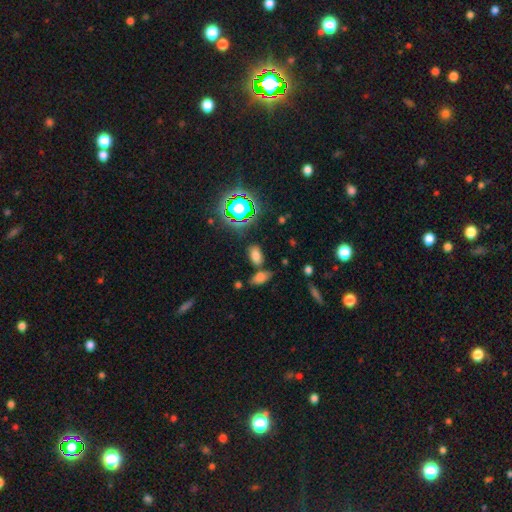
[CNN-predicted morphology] This appears to be a smooth galaxy with no disk features (72%) that is in between round and cigar-shaped (88%). Merging: none (70%).